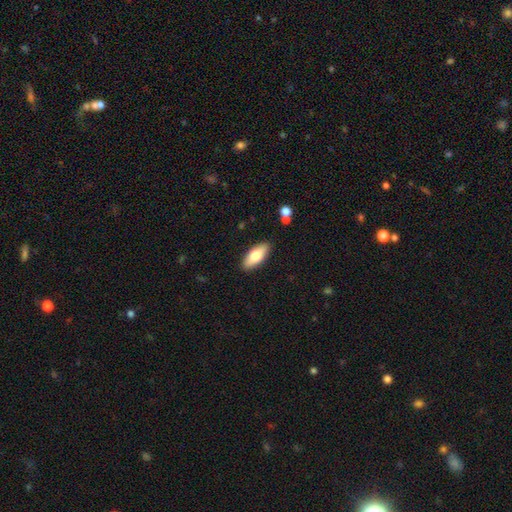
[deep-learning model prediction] Smooth or featured: smooth — 71% (featured or disk — 22%)
How rounded: in between — 79% (cigar-shaped — 19%)
Merging: none — 88% (minor disturbance — 8%)